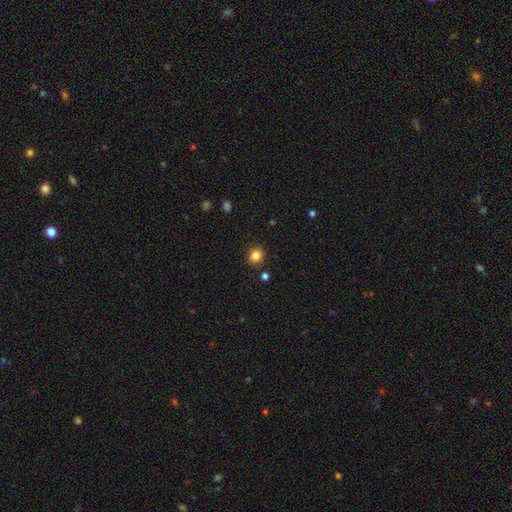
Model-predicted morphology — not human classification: Smooth or featured? smooth (82%)
How rounded? round (86%)
Merging? none (89%)